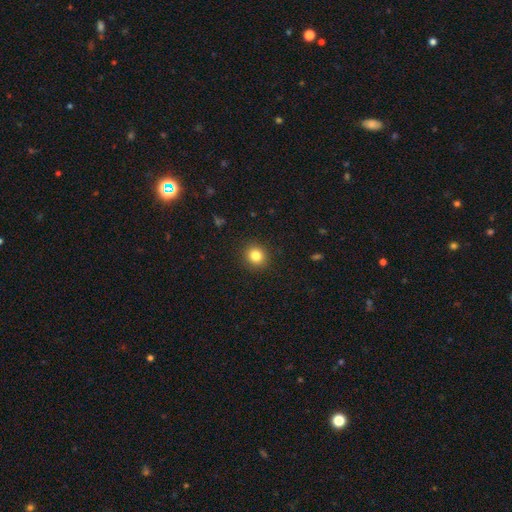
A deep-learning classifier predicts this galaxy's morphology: type=smooth (83%); roundness=round (89%); merging=none (91%).